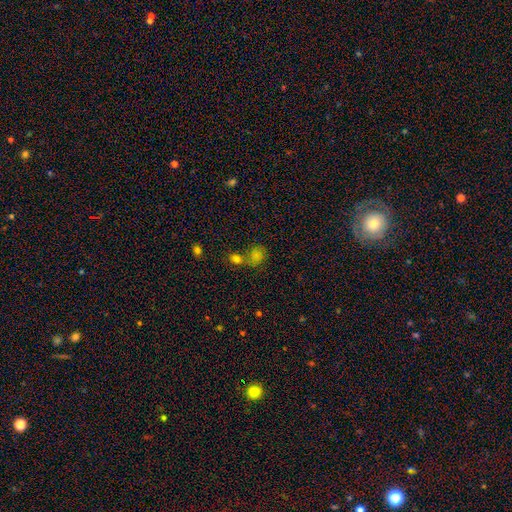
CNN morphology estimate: Smooth or featured? smooth (66%)
How rounded? round (61%)
Merging? merger (41%)